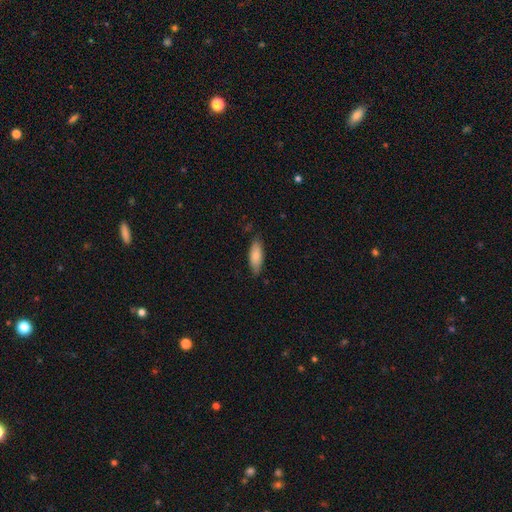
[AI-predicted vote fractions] Smooth or featured?
  - smooth: 80% *
  - featured or disk: 14%
  - star or artifact: 6%
How rounded?
  - in between: 66% *
  - cigar-shaped: 32%
  - round: 2%
Merging?
  - none: 79% *
  - minor disturbance: 17%
  - major disturbance: 3%
  - merger: 1%